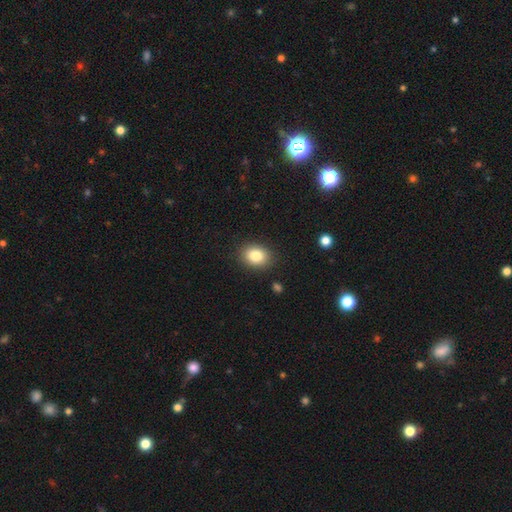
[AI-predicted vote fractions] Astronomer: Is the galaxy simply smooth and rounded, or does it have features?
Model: smooth — 83%.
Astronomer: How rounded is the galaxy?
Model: in between — 57% (runner-up: round, 42%).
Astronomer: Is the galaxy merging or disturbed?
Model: none — 88%.